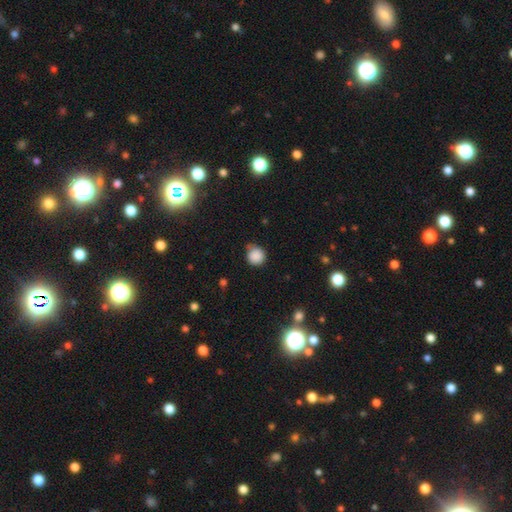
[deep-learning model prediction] smooth 86%, star or artifact 10%, featured or disk 4%. Down the decision tree: how rounded — round (93%); merging — none (71%).